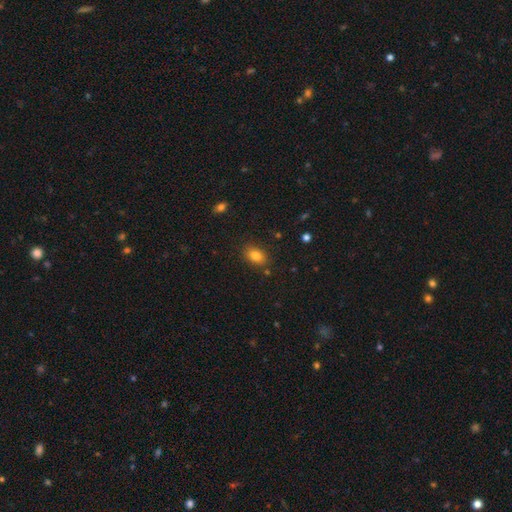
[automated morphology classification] smooth-or-featured: smooth: 81% | star or artifact: 11% | featured or disk: 8%
  how-rounded: in between: 81% | round: 18% | cigar-shaped: 2%
  merging: none: 84% | minor disturbance: 11% | major disturbance: 3% | merger: 2%